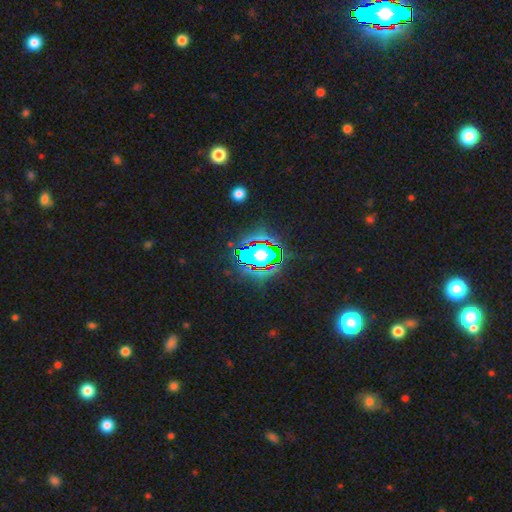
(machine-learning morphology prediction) Q: Smooth or featured?
A: star or artifact (73%); runner-up: smooth (16%)